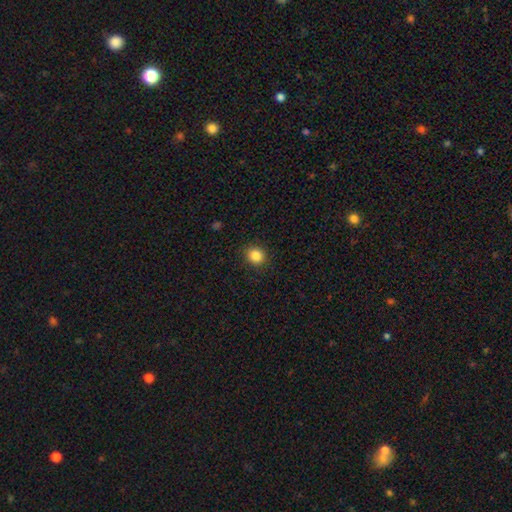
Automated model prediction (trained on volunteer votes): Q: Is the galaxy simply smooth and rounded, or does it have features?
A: smooth — 85%.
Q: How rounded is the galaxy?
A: round — 82%.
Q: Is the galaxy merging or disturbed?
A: none — 90%.